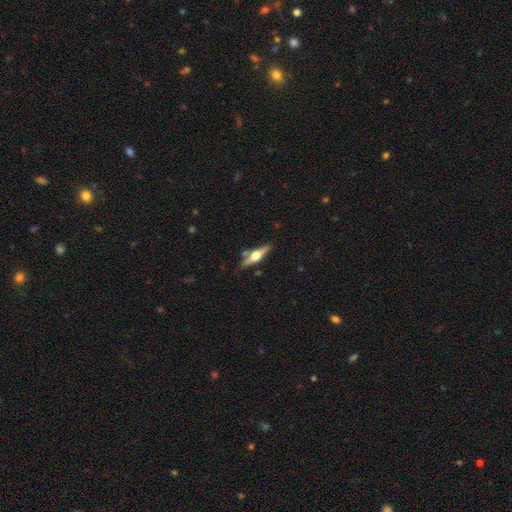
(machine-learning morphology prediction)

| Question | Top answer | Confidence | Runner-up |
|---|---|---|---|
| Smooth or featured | featured or disk | 71% | smooth (23%) |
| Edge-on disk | yes | 97% | no (3%) |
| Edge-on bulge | rounded | 95% | boxy (4%) |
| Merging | none | 79% | minor disturbance (12%) |